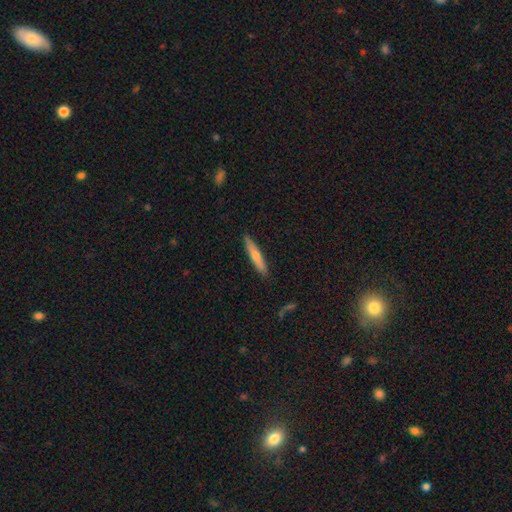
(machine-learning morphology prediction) This is likely a smooth galaxy (64%). How rounded: clearly cigar-shaped (91%). Merging: clearly none (89%).